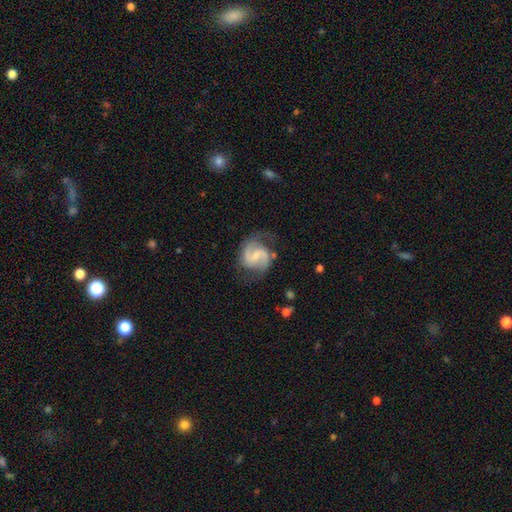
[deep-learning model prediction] A featured or disk galaxy (85%) with a weak bar (55%), 2 (91%) medium (55%) spiral arms (97%) and a small central bulge (51%). Merging: none (70%).